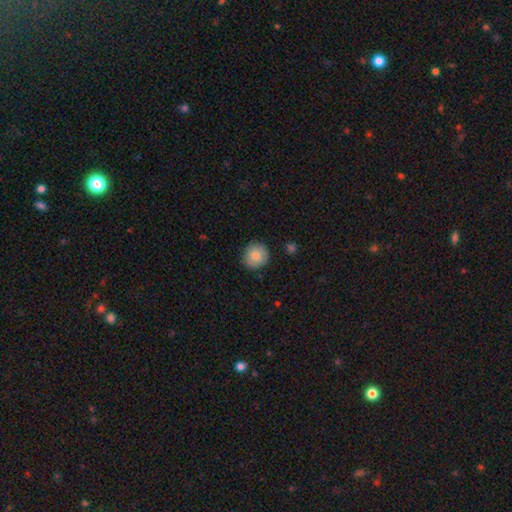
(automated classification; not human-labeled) A smooth galaxy with no disk features (82%) that is round (91%). Merging: none (86%).